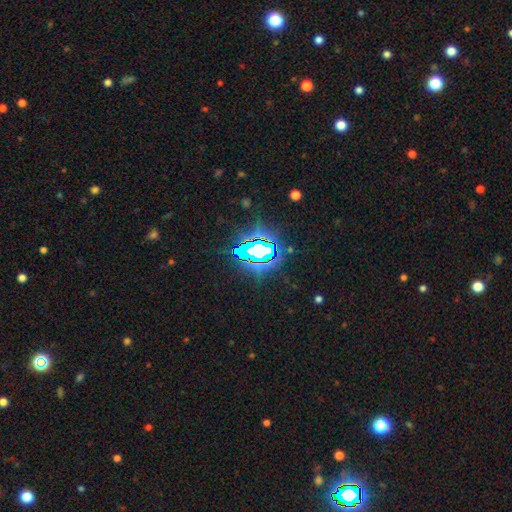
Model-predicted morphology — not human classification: star or artifact 72%, smooth 15%, featured or disk 13%.